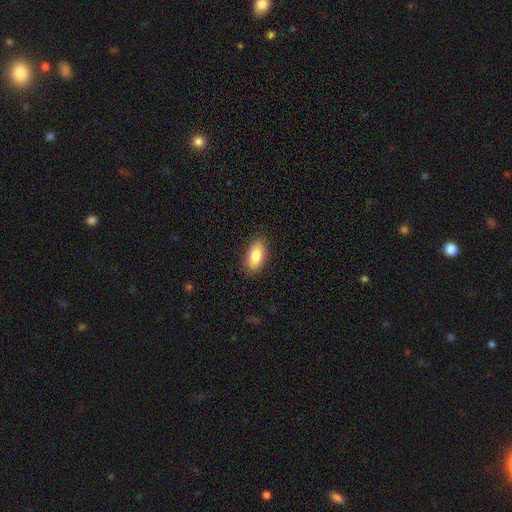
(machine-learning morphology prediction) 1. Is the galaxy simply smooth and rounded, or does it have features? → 83% smooth, 11% featured or disk, 7% star or artifact.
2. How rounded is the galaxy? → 89% in between, 7% cigar-shaped, 4% round.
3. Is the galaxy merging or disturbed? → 87% none, 10% minor disturbance, 2% major disturbance, 1% merger.